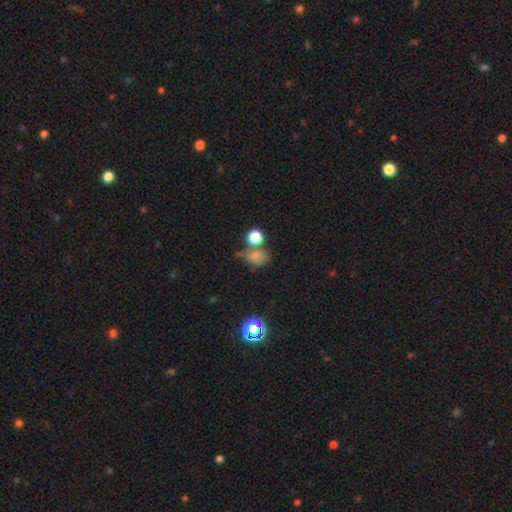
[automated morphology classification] Smooth or featured? Predicted: smooth (p=0.71). How rounded? Predicted: in between (p=0.56). Merging? Predicted: none (p=0.42).